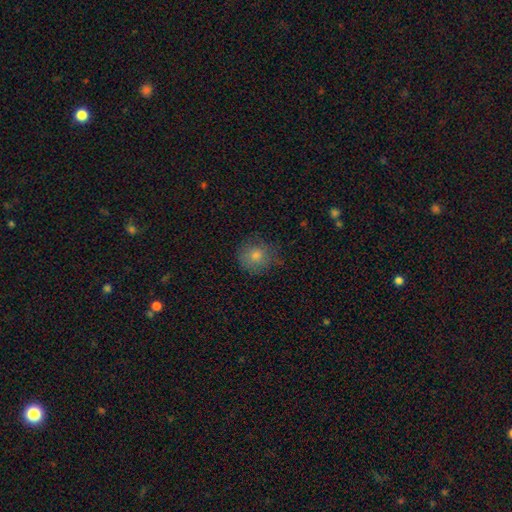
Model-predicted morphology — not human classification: Smooth or featured? Predicted: smooth (p=0.75). How rounded? Predicted: round (p=0.87). Merging? Predicted: none (p=0.76).